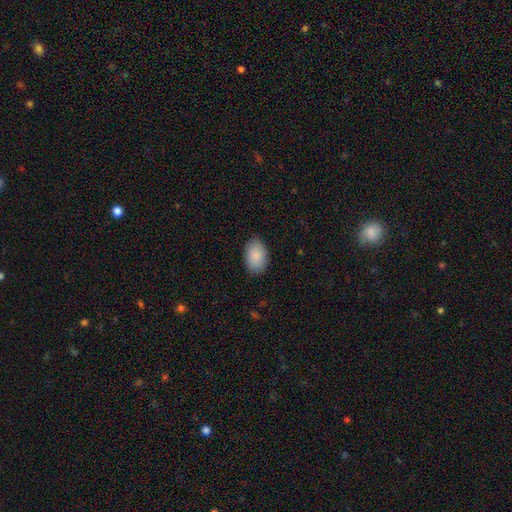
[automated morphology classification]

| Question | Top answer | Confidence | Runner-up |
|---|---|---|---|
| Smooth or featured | smooth | 89% | star or artifact (6%) |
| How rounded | in between | 91% | round (8%) |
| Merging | none | 88% | minor disturbance (9%) |